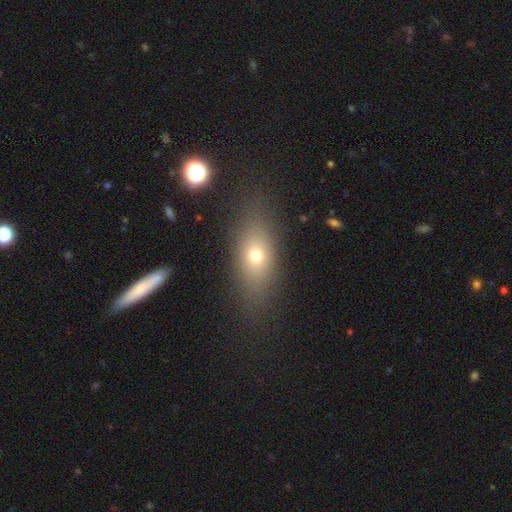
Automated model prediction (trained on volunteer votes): Overall: smooth (67%). How rounded: in between (71%). Merging: none (79%).